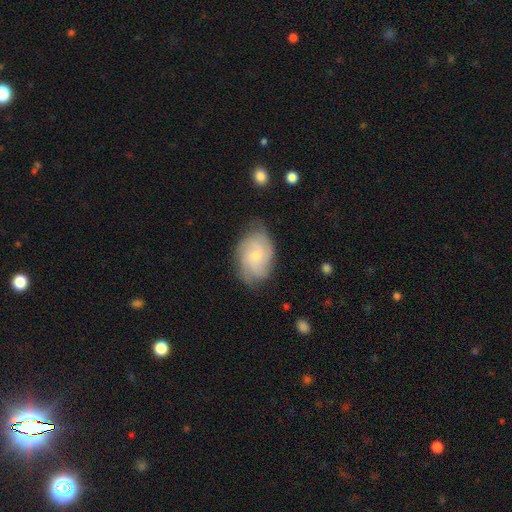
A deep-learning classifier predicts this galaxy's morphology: featured or disk 59%, smooth 34%, star or artifact 7%. Down the decision tree: edge-on disk — no (97%); bar — no (75%); spiral arms — yes (89%); spiral arm count — can't tell (37%); spiral winding — tight (52%); bulge size — small (66%); merging — none (66%).